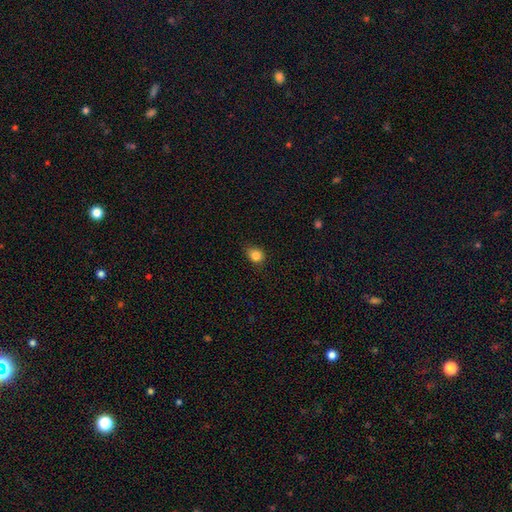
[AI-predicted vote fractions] A smooth galaxy with no disk features (84%) that is round (62%). Merging: none (79%).